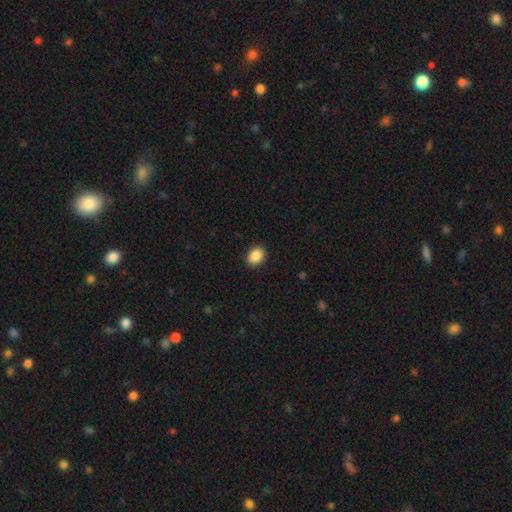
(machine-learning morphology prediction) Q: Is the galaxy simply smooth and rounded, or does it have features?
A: smooth — 89%.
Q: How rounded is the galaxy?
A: in between — 62%.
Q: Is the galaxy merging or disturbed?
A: none — 90%.